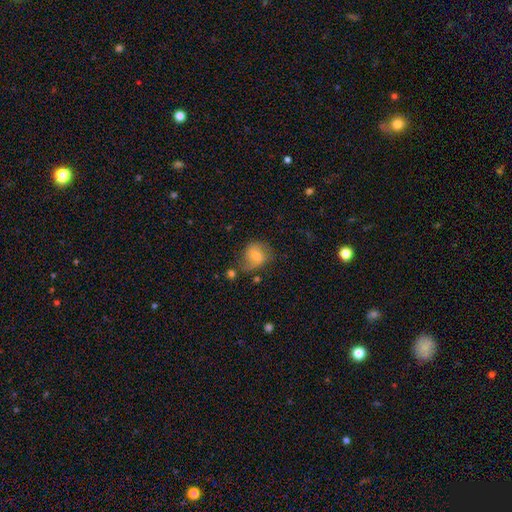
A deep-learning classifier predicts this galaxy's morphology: type=smooth (62%); roundness=round (60%); merging=none (52%).